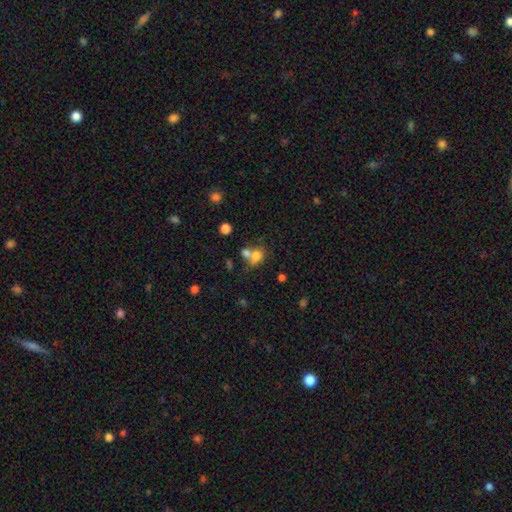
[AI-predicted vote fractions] A smooth galaxy with no disk features (72%) that is in between round and cigar-shaped (54%). Merging: merger (49%).